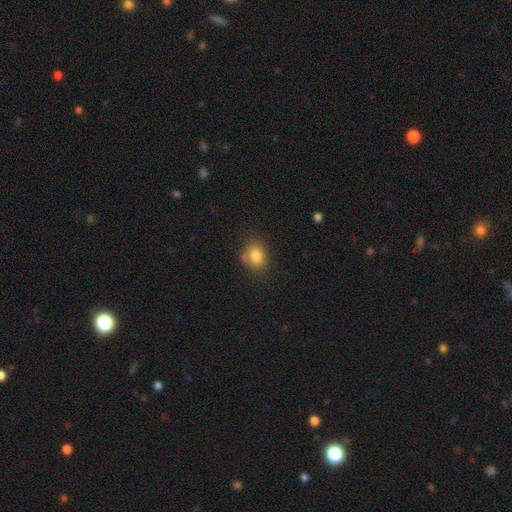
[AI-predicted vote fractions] smooth_or_featured: smooth (p=0.83) [alt: star or artifact p=0.10]
how_rounded: in between (p=0.54) [alt: round p=0.45]
merging: none (p=0.65) [alt: minor disturbance p=0.21]